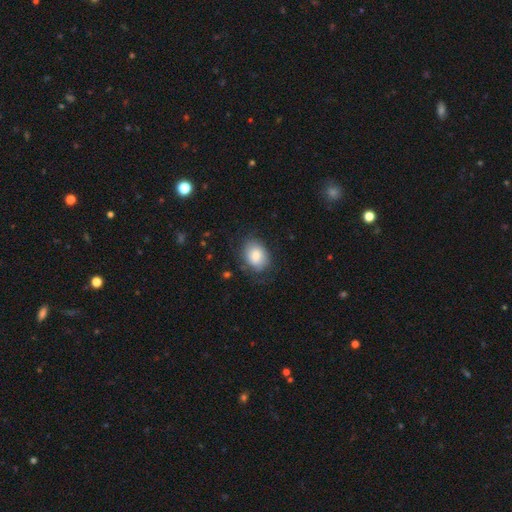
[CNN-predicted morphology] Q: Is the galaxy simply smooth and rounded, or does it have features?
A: smooth — 75%.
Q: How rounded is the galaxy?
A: in between — 64%.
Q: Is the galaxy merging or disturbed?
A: none — 69%.